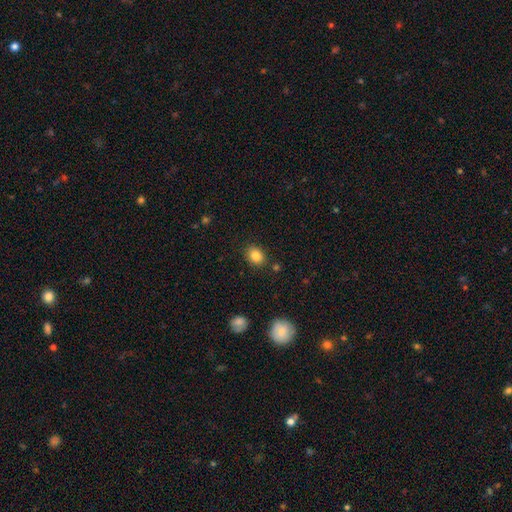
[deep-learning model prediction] Smooth or featured?
  - smooth: 84% *
  - star or artifact: 10%
  - featured or disk: 6%
How rounded?
  - in between: 50% * (tied)
  - round: 50% * (tied)
  - cigar-shaped: 1%
Merging?
  - none: 85% *
  - minor disturbance: 10%
  - merger: 3%
  - major disturbance: 3%